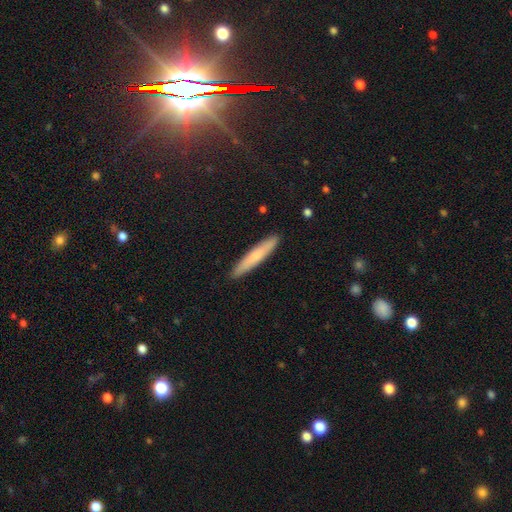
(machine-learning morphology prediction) smooth 68%, featured or disk 26%, star or artifact 6%. Down the decision tree: how rounded — cigar-shaped (92%); merging — none (91%).